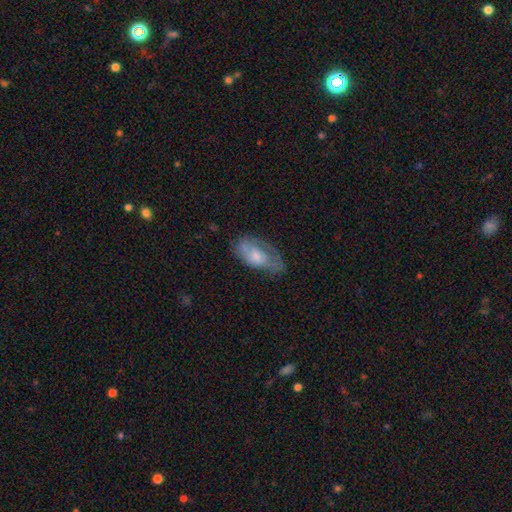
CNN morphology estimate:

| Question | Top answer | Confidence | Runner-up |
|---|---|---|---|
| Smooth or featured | smooth | 47% | featured or disk (46%) |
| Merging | none | 46% | minor disturbance (33%) |